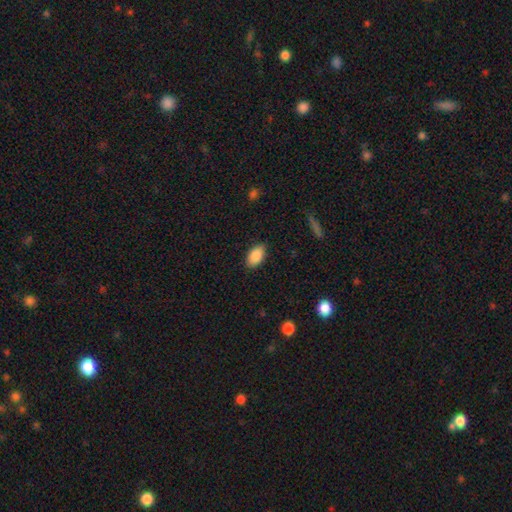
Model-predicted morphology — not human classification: Smooth or featured? smooth (89%)
How rounded? in between (93%)
Merging? none (85%)